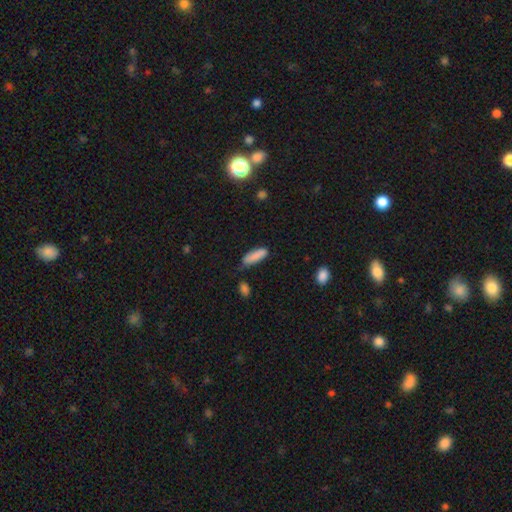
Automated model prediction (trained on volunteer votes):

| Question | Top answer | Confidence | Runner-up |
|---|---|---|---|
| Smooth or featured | smooth | 86% | star or artifact (7%) |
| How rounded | cigar-shaped | 52% | in between (46%) |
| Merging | none | 58% | minor disturbance (30%) |